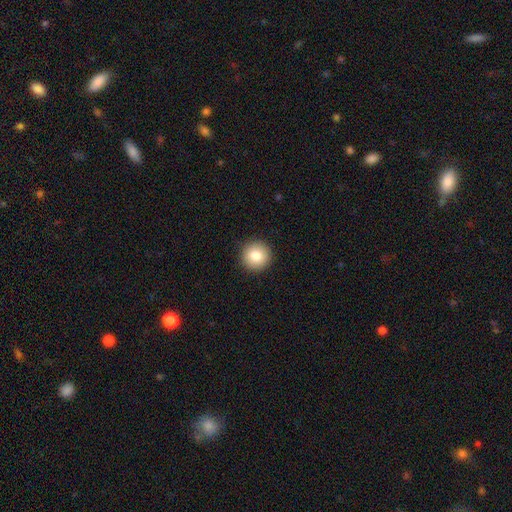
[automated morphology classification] Smooth or featured?
  - smooth: 83% *
  - star or artifact: 9%
  - featured or disk: 9%
How rounded?
  - round: 95% *
  - in between: 4%
  - cigar-shaped: 1%
Merging?
  - none: 92% *
  - minor disturbance: 5%
  - major disturbance: 2%
  - merger: 1%